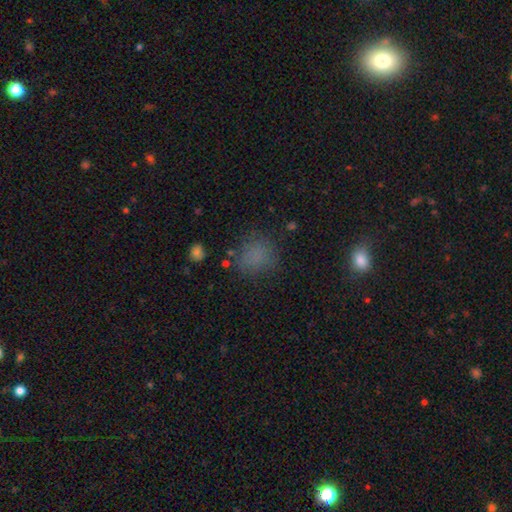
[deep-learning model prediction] A smooth galaxy with no disk features (75%) that is round (70%). Merging: none (73%).